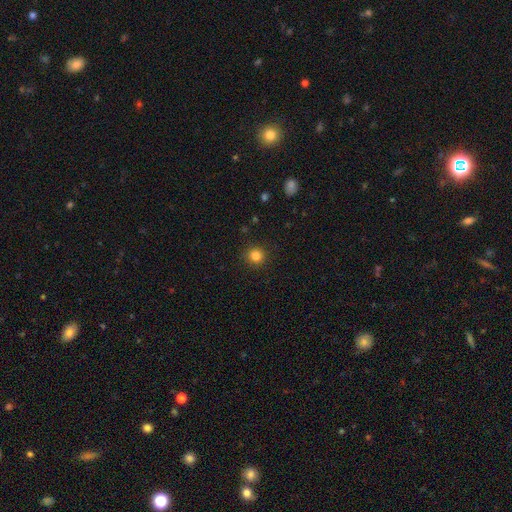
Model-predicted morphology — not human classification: Q: Smooth or featured?
A: smooth (83%); runner-up: star or artifact (12%)
Q: How rounded?
A: round (93%); runner-up: in between (6%)
Q: Merging?
A: none (91%); runner-up: minor disturbance (6%)